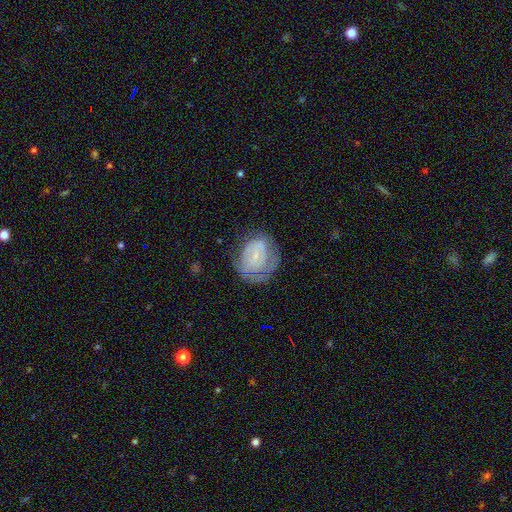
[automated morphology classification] featured or disk 57%, smooth 35%, star or artifact 8%. Down the decision tree: edge-on disk — no (97%); bar — no (60%); spiral arms — yes (65%); bulge size — small (71%); merging — none (56%).